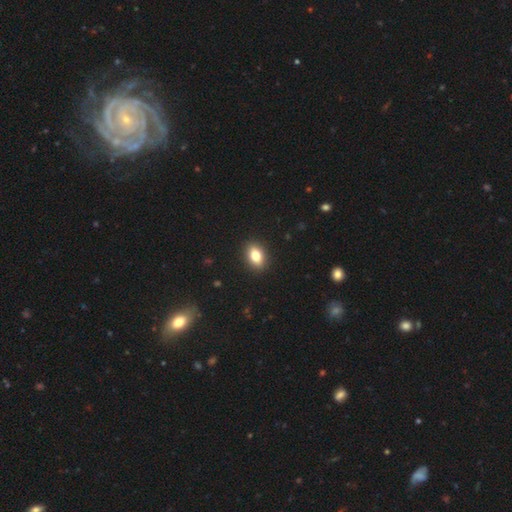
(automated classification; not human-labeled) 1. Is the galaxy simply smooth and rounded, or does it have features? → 80% smooth, 11% featured or disk, 9% star or artifact.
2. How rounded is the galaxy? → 79% in between, 19% round, 2% cigar-shaped.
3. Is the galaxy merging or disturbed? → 90% none, 7% minor disturbance, 2% major disturbance, 1% merger.